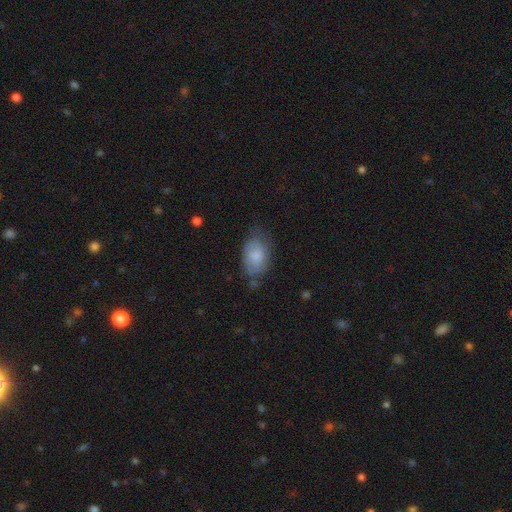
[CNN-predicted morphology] type=smooth (79%); roundness=in between (90%); merging=none (60%).